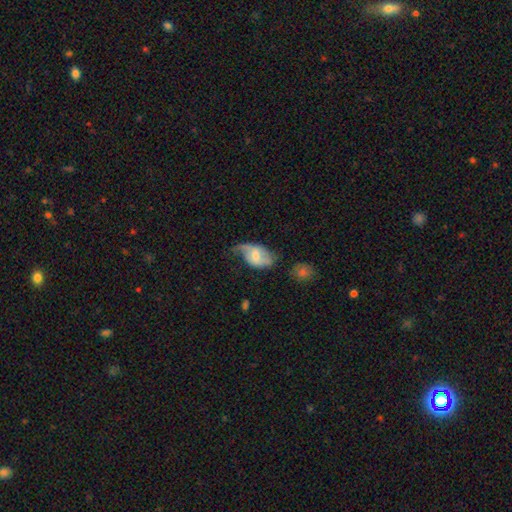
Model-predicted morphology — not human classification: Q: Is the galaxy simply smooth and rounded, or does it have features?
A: featured or disk — 54%.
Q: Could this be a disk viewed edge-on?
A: no — 95%.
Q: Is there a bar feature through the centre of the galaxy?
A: weak — 46%.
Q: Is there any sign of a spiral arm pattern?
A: yes — 81%.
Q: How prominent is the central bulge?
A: moderate — 49%.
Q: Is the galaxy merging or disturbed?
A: minor disturbance — 36%.